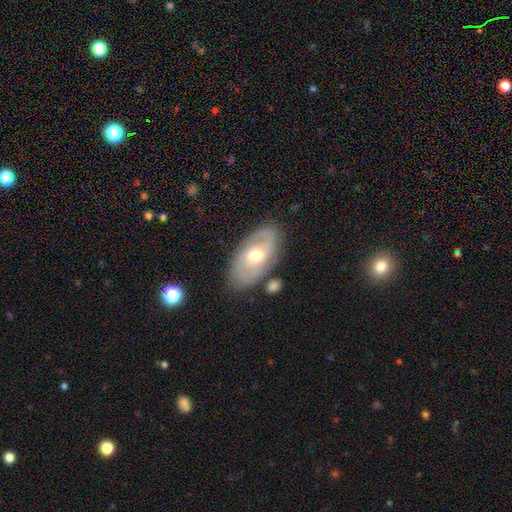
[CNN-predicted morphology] type=featured or disk (63%); edge-on=no (91%); bar=no (57%); spiral arms=yes (65%); bulge=moderate (75%); merging=none (76%).